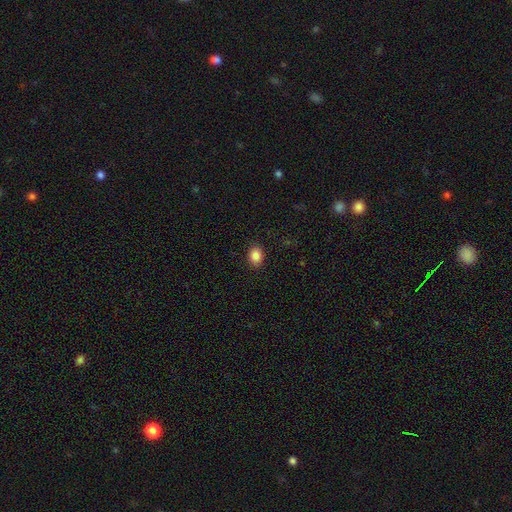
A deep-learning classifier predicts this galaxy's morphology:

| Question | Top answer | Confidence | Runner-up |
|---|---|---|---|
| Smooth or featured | smooth | 86% | star or artifact (9%) |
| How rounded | in between | 64% | round (35%) |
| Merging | none | 90% | minor disturbance (7%) |